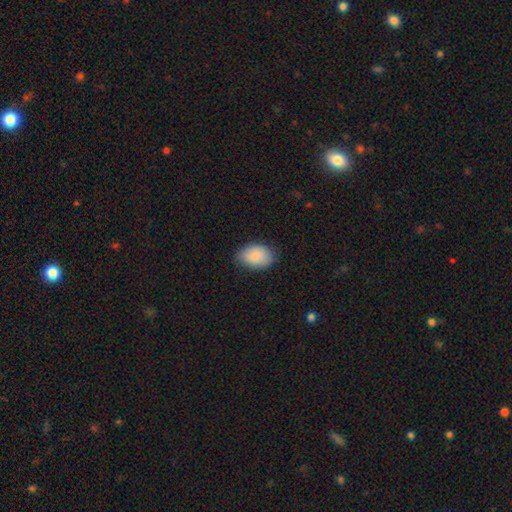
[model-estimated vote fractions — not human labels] A smooth galaxy with no disk features (88%) that is in between round and cigar-shaped (85%). Merging: none (71%).